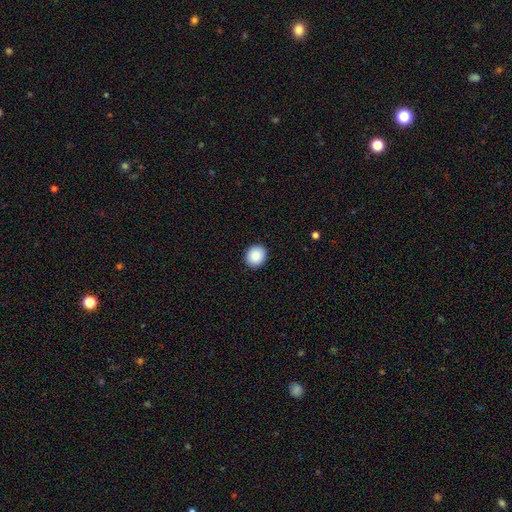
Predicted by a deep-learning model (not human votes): Smooth or featured? smooth (88%)
How rounded? round (83%)
Merging? none (92%)